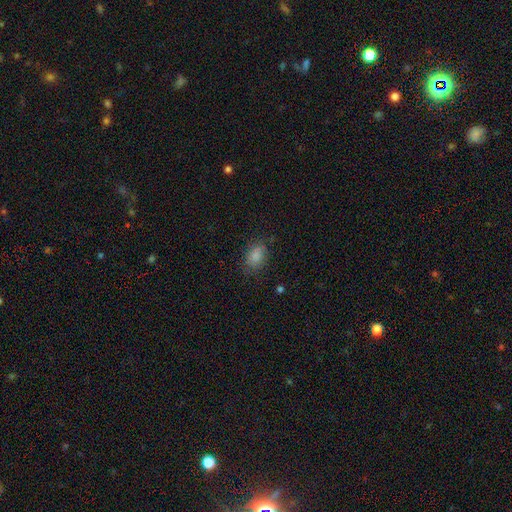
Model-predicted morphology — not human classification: Smooth or featured: smooth — 84% (star or artifact — 10%)
How rounded: in between — 78% (round — 20%)
Merging: none — 75% (minor disturbance — 17%)